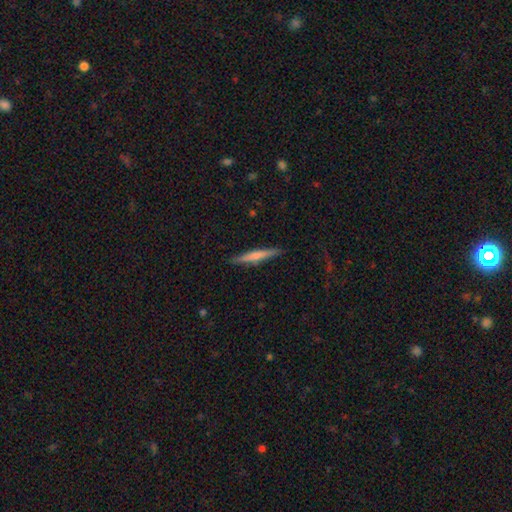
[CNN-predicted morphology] Smooth or featured?
  - smooth: 56% *
  - featured or disk: 39%
  - star or artifact: 6%
How rounded?
  - cigar-shaped: 94% *
  - in between: 4%
  - round: 1%
Merging?
  - none: 90% *
  - minor disturbance: 8%
  - major disturbance: 2%
  - merger: 1%